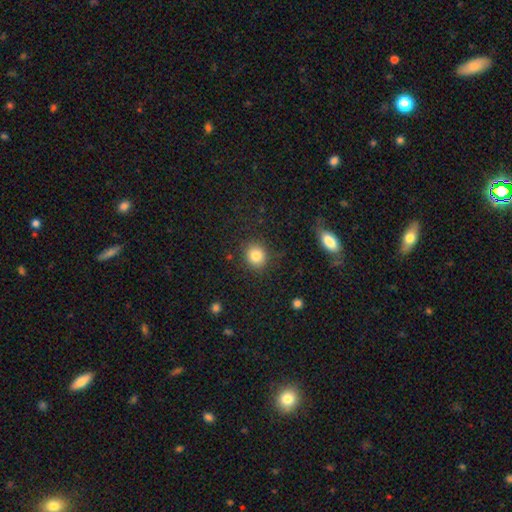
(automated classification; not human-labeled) Q: Smooth or featured?
A: smooth (83%); runner-up: star or artifact (10%)
Q: How rounded?
A: round (78%); runner-up: in between (21%)
Q: Merging?
A: none (86%); runner-up: minor disturbance (9%)